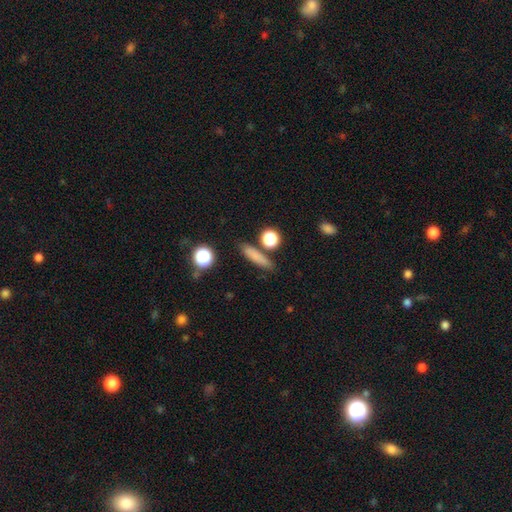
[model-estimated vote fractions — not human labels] Overall: smooth (77%). How rounded: cigar-shaped (73%). Merging: none (81%).